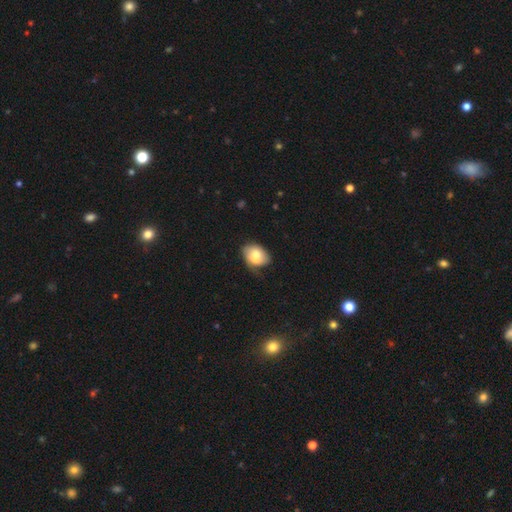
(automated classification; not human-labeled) Smooth or featured: smooth — 69% (featured or disk — 23%)
How rounded: in between — 72% (round — 27%)
Merging: none — 56% (minor disturbance — 34%)